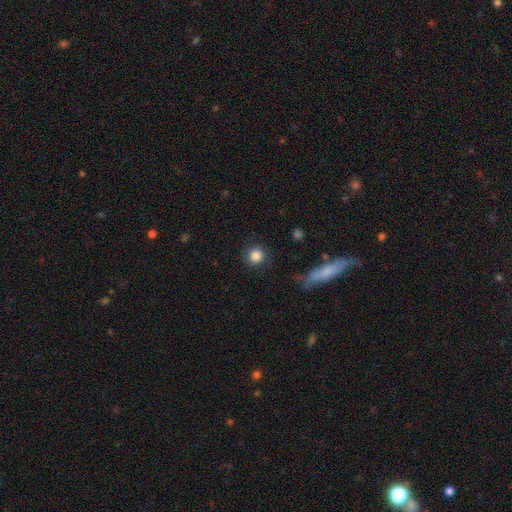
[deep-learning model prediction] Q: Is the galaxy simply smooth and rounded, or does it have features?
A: smooth — 86%.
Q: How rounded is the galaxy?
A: round — 93%.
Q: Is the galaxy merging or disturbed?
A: none — 86%.